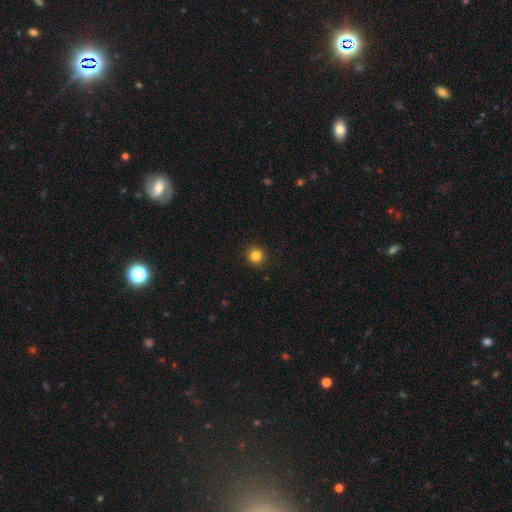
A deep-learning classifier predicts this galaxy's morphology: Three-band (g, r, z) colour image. It shows a smooth galaxy with no disk features (84%) that is round (94%). Merging: none (92%).